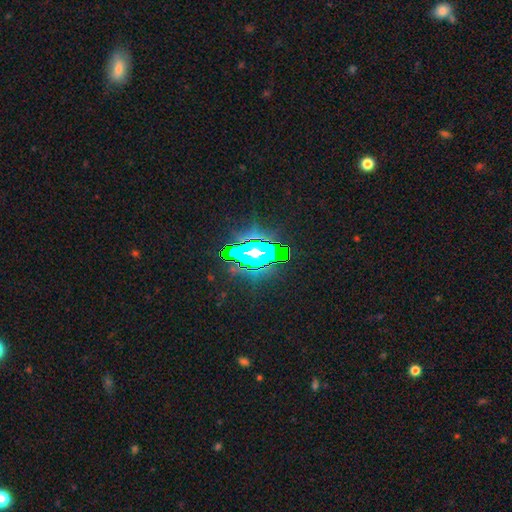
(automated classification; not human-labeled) The model was most divided on "smooth or featured": star or artifact: 84%, smooth: 9%, featured or disk: 7%.